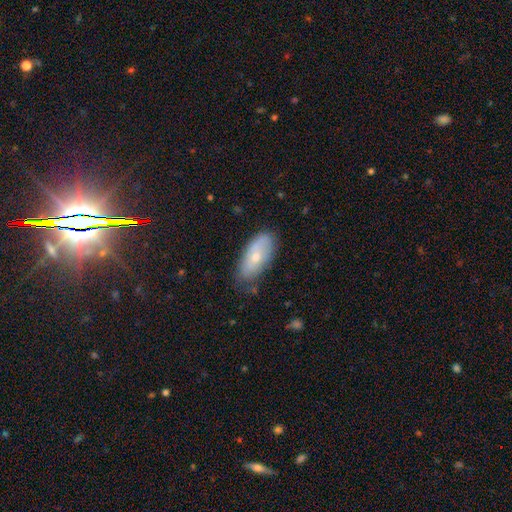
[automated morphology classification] Smooth or featured?
  - smooth: 58% *
  - featured or disk: 35%
  - star or artifact: 7%
How rounded?
  - in between: 87% *
  - cigar-shaped: 10%
  - round: 3%
Merging?
  - none: 71% *
  - minor disturbance: 22%
  - major disturbance: 5%
  - merger: 2%